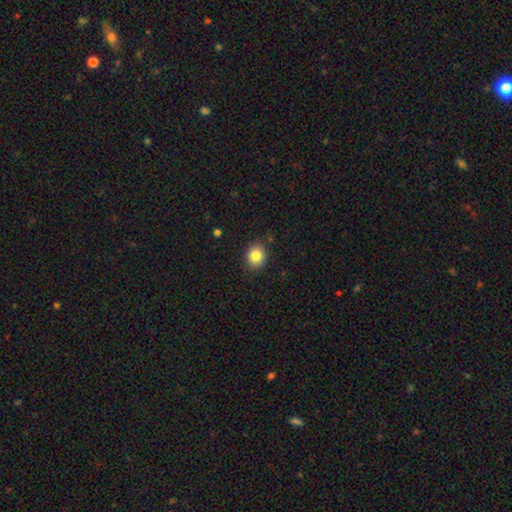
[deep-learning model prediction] Smooth or featured? Predicted: smooth (p=0.84). How rounded? Predicted: round (p=0.66). Merging? Predicted: none (p=0.86).